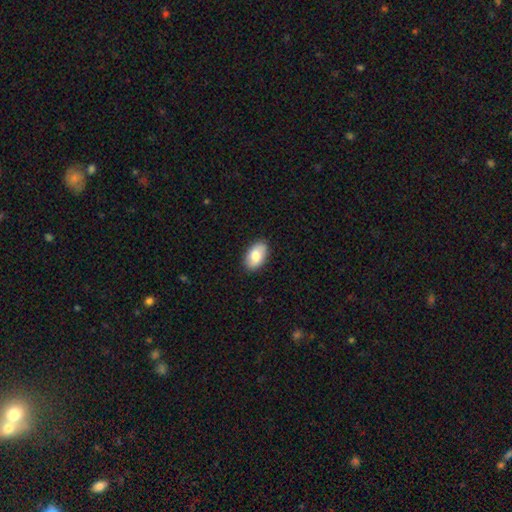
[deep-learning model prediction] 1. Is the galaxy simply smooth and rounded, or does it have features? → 82% smooth, 12% featured or disk, 6% star or artifact.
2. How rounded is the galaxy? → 93% in between, 5% round, 2% cigar-shaped.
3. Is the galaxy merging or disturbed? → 87% none, 10% minor disturbance, 2% major disturbance, 1% merger.